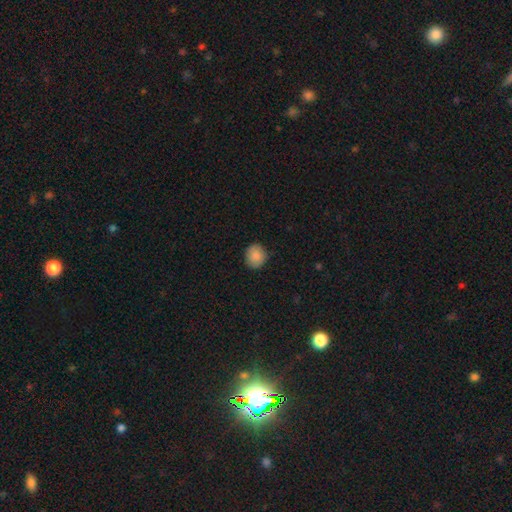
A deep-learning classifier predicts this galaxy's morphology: A smooth galaxy with no disk features (88%) that is round (82%).

Vote fractions:
- Smooth or featured? smooth: 88% / star or artifact: 8% / featured or disk: 5%
- How rounded? round: 82% / in between: 17% / cigar-shaped: 1%
- Merging? none: 87% / minor disturbance: 10% / major disturbance: 2% / merger: 1%